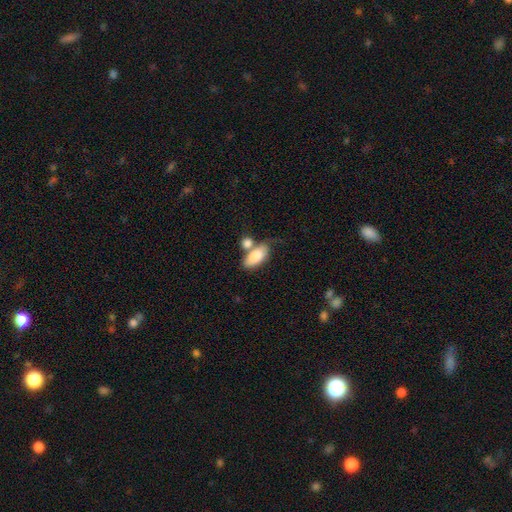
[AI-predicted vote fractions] smooth 81%, featured or disk 12%, star or artifact 7%. Down the decision tree: how rounded — in between (90%); merging — merger (38%).